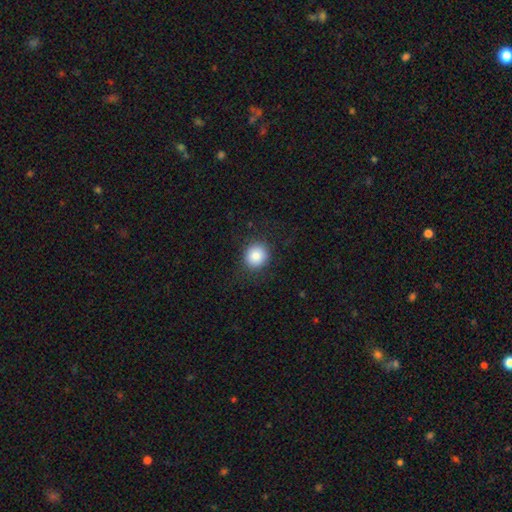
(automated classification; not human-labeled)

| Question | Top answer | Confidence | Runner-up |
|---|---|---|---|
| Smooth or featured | smooth | 86% | star or artifact (9%) |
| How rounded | round | 85% | in between (14%) |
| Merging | none | 88% | minor disturbance (8%) |